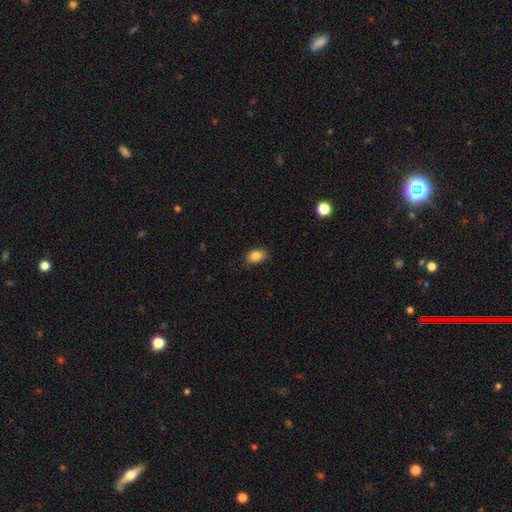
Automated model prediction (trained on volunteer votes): Smooth or featured? smooth (85%)
How rounded? in between (82%)
Merging? none (84%)